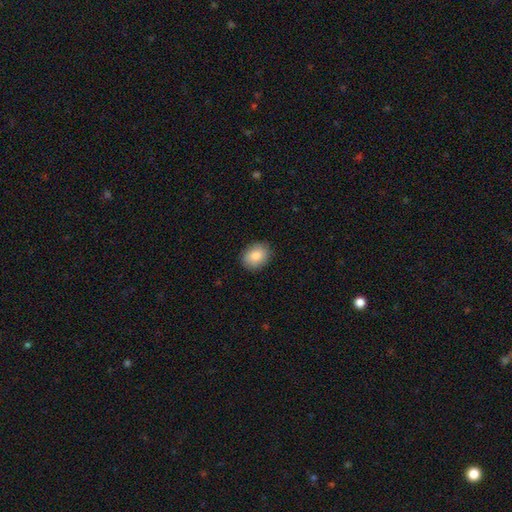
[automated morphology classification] Smooth or featured? smooth (86%)
How rounded? in between (57%)
Merging? none (88%)